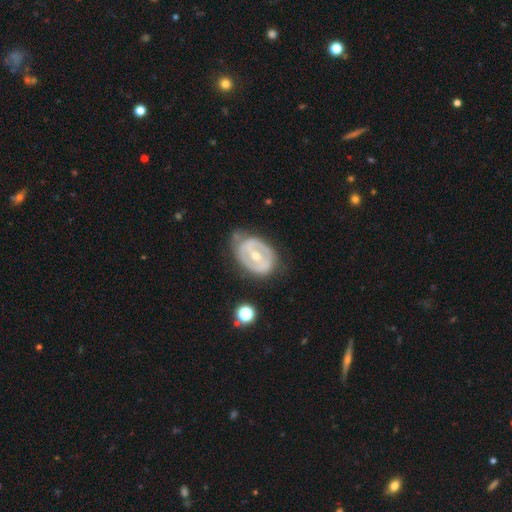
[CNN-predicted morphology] A featured or disk galaxy (70%) with a weak bar (37%), no spiral arms (66%) and a moderate central bulge (61%). Merging: none (61%).